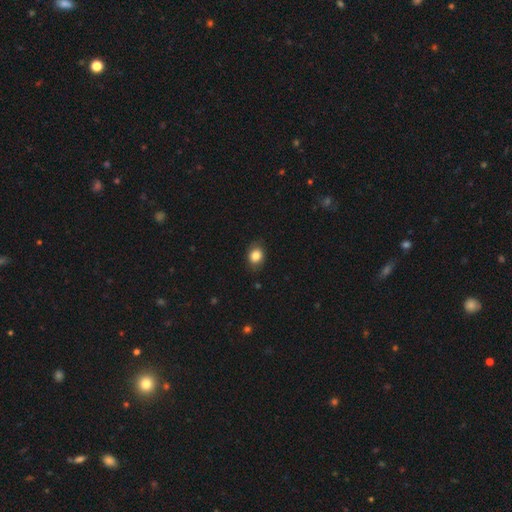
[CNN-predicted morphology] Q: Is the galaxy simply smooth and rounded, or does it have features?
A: smooth — 83%.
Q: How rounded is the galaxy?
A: in between — 51%.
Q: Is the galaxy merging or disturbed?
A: none — 83%.